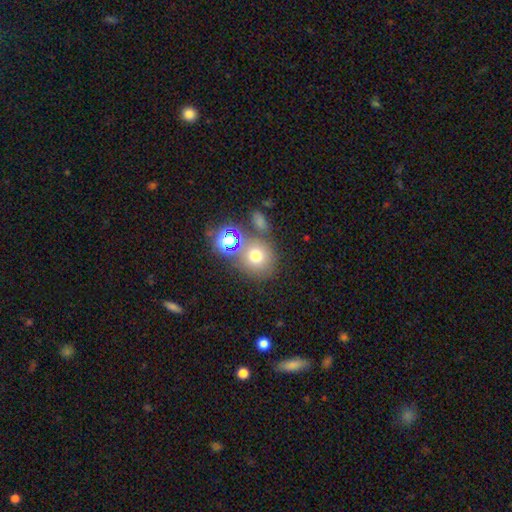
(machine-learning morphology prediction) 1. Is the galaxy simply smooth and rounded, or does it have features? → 68% smooth, 21% star or artifact, 11% featured or disk.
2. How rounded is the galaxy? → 85% round, 14% in between, 1% cigar-shaped.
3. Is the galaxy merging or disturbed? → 64% none, 20% merger, 11% minor disturbance, 5% major disturbance.